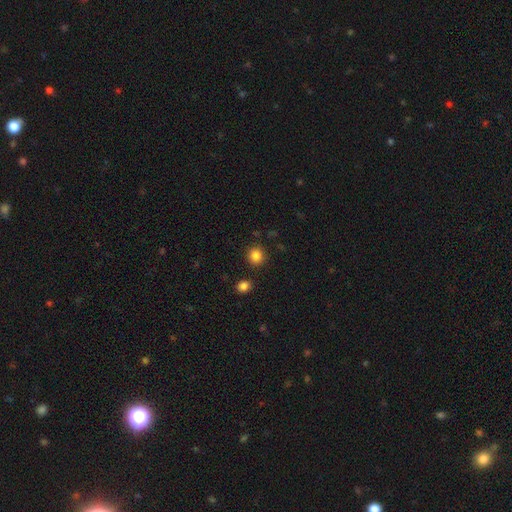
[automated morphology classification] smooth_or_featured: smooth (p=0.85) [alt: star or artifact p=0.11]
how_rounded: round (p=0.89) [alt: in between p=0.10]
merging: none (p=0.89) [alt: minor disturbance p=0.06]